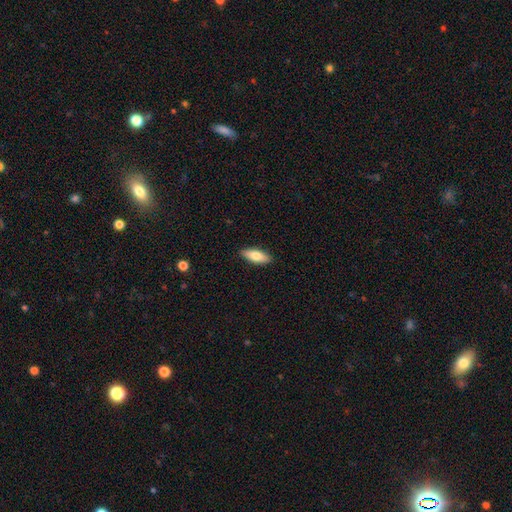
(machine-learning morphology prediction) A smooth galaxy with no disk features (77%) that is in between round and cigar-shaped (69%).

Vote fractions:
- Smooth or featured? smooth: 77% / featured or disk: 18% / star or artifact: 6%
- How rounded? in between: 69% / cigar-shaped: 28% / round: 2%
- Merging? none: 89% / minor disturbance: 8% / major disturbance: 2% / merger: 1%